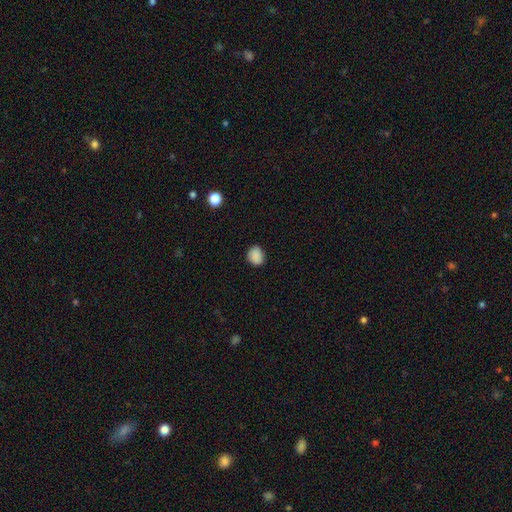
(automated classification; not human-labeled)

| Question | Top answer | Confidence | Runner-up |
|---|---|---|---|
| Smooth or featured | smooth | 87% | star or artifact (9%) |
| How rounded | round | 67% | in between (33%) |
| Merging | none | 85% | minor disturbance (12%) |